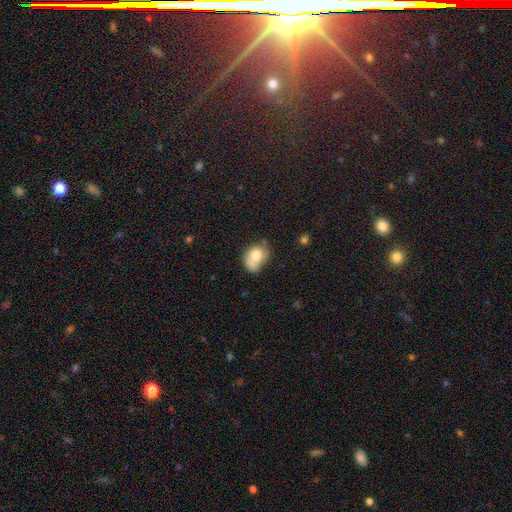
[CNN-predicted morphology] This appears to be a smooth galaxy with no disk features (74%) that is in between round and cigar-shaped (62%). Merging: none (35%).